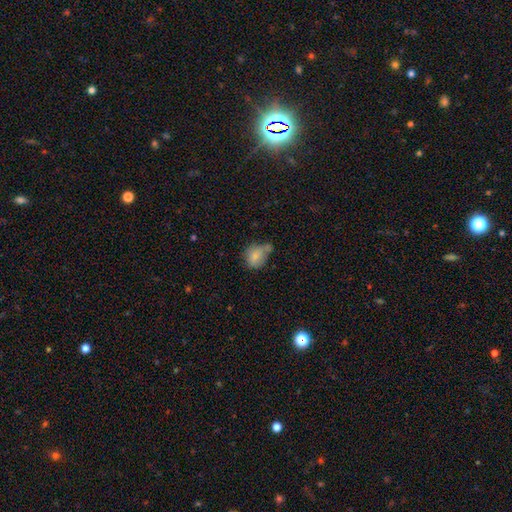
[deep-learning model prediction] smooth 78%, featured or disk 12%, star or artifact 10%. Down the decision tree: how rounded — in between (55%); merging — none (38%).